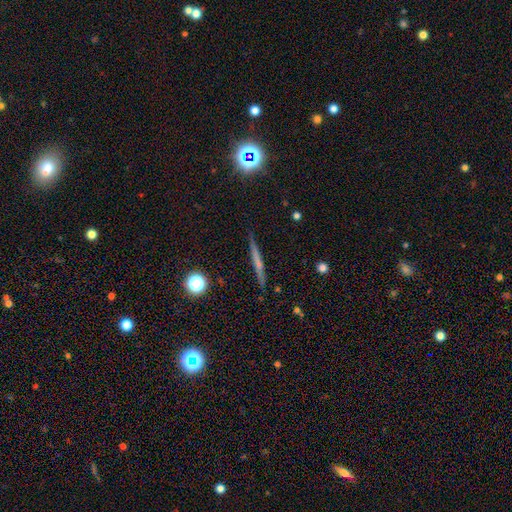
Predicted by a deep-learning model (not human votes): The model was most divided on "edge-on bulge": none: 55%, rounded: 39%, boxy: 6%. More confident: edge-on disk — yes (97%); merging — none (90%); smooth or featured — featured or disk (56%).